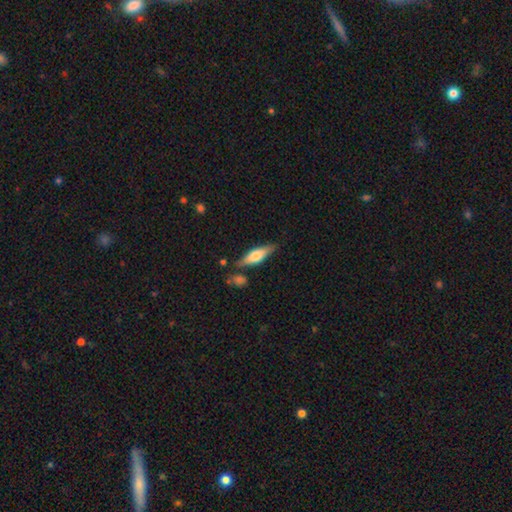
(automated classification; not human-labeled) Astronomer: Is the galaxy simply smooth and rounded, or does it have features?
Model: featured or disk — 47%, tied with smooth at 47%.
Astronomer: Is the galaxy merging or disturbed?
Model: none — 77%.